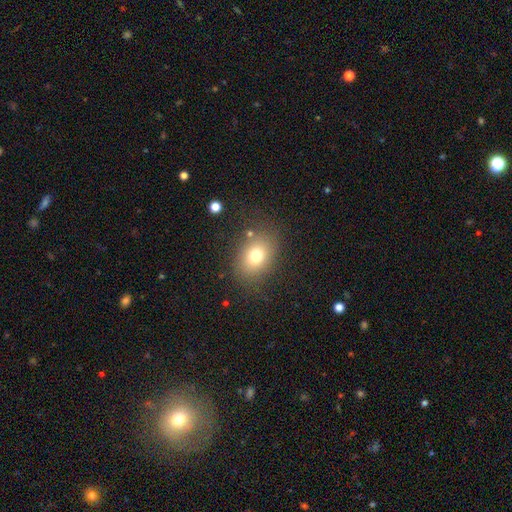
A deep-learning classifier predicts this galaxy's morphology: The model was most divided on "how rounded": in between: 61%, round: 38%, cigar-shaped: 1%. More confident: merging — none (80%); smooth or featured — smooth (75%).